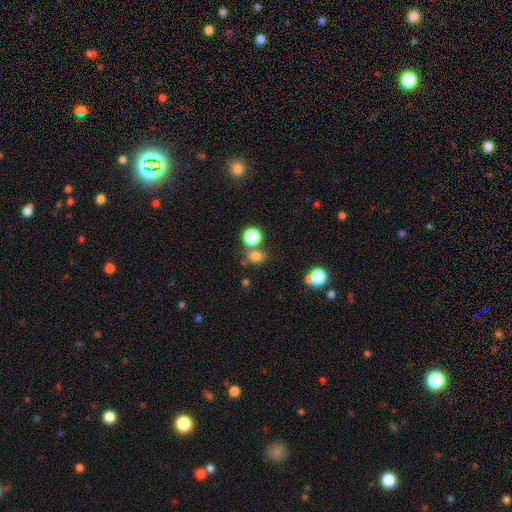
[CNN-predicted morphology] Q: Smooth or featured?
A: smooth (76%); runner-up: star or artifact (17%)
Q: How rounded?
A: round (59%); runner-up: in between (40%)
Q: Merging?
A: none (67%); runner-up: merger (18%)